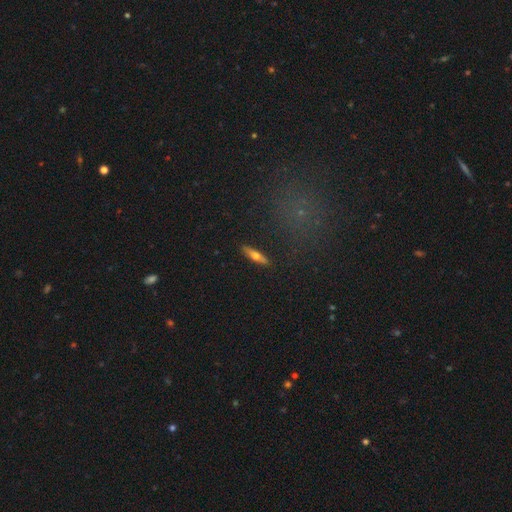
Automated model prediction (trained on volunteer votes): smooth-or-featured: featured or disk: 49% | smooth: 44% | star or artifact: 7%
  merging: none: 90% | minor disturbance: 7% | major disturbance: 2% | merger: 1%